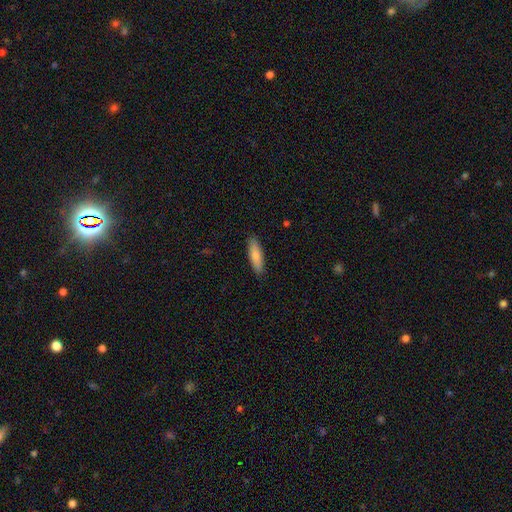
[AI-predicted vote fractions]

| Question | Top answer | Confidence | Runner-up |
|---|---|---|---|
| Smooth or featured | smooth | 83% | featured or disk (12%) |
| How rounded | cigar-shaped | 61% | in between (38%) |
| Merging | none | 89% | minor disturbance (8%) |